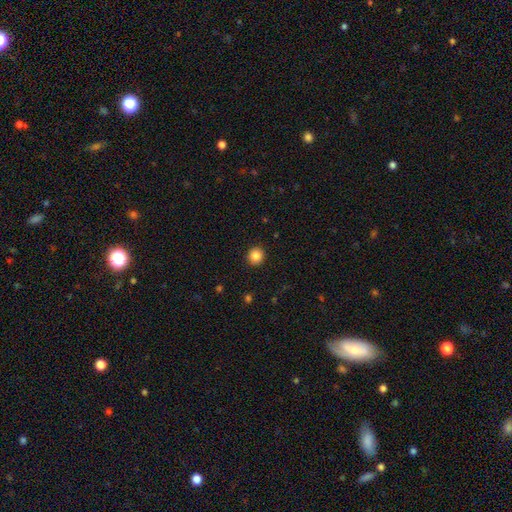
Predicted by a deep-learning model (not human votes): This appears to be a smooth galaxy with no disk features (86%) that is round (90%). Merging: none (92%).